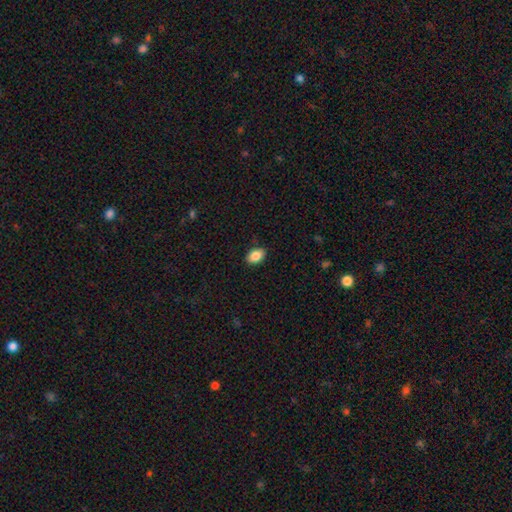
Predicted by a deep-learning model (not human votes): A smooth galaxy with no disk features (87%) that is in between round and cigar-shaped (85%).

Vote fractions:
- Smooth or featured? smooth: 87% / star or artifact: 8% / featured or disk: 5%
- How rounded? in between: 85% / round: 14% / cigar-shaped: 1%
- Merging? none: 87% / minor disturbance: 10% / major disturbance: 2% / merger: 1%